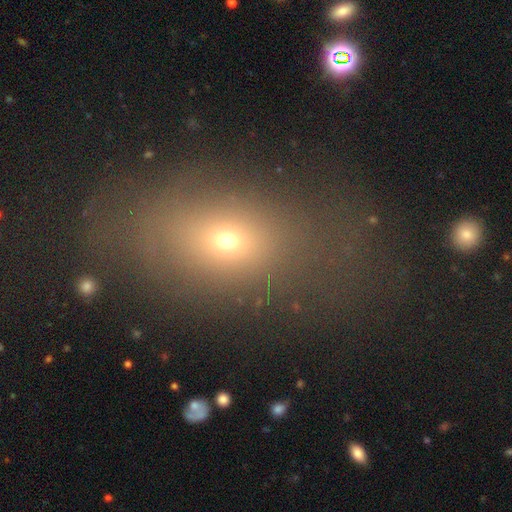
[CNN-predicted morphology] smooth-or-featured: smooth: 60% | star or artifact: 22% | featured or disk: 18%
  how-rounded: in between: 68% | round: 28% | cigar-shaped: 4%
  merging: none: 71% | minor disturbance: 14% | major disturbance: 13% | merger: 3%